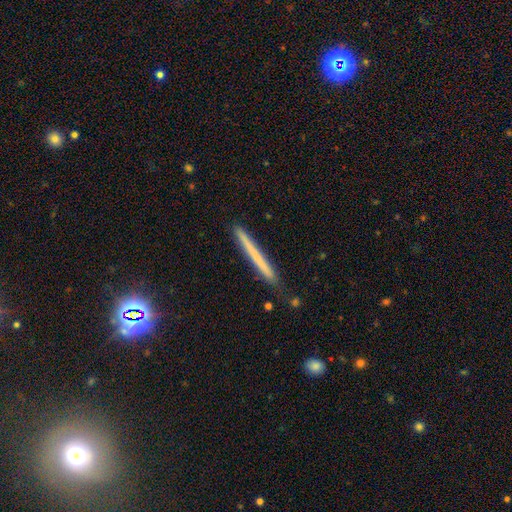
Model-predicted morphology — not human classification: Q: Smooth or featured?
A: smooth (59%); runner-up: featured or disk (33%)
Q: How rounded?
A: cigar-shaped (97%); runner-up: in between (2%)
Q: Merging?
A: none (90%); runner-up: minor disturbance (8%)